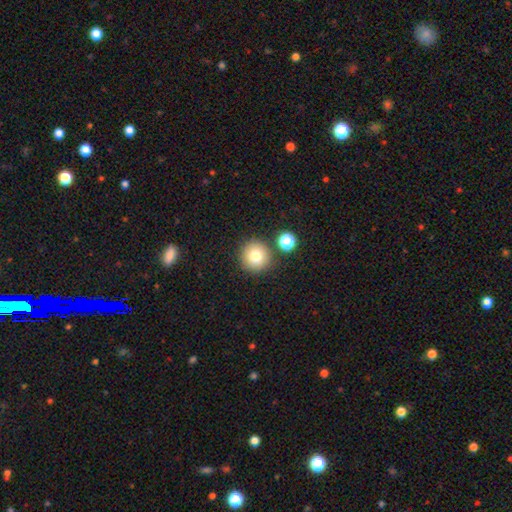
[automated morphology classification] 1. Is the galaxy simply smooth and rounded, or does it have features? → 78% smooth, 12% star or artifact, 10% featured or disk.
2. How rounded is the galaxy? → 95% round, 4% in between, 1% cigar-shaped.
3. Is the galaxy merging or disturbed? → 83% none, 7% merger, 7% minor disturbance, 2% major disturbance.